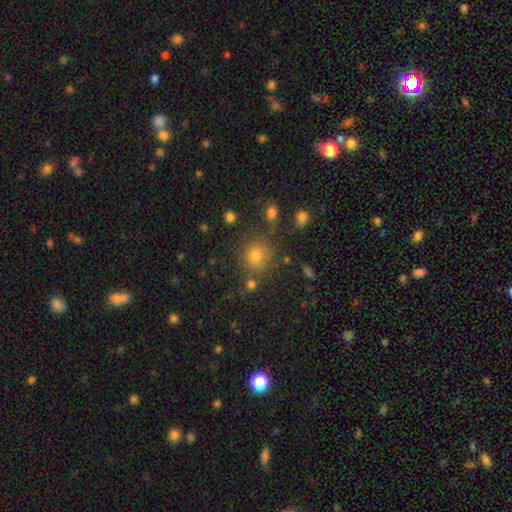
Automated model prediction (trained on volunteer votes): The model was most divided on "smooth or featured": smooth: 74%, star or artifact: 19%, featured or disk: 8%. More confident: how rounded — round (90%); merging — none (79%).